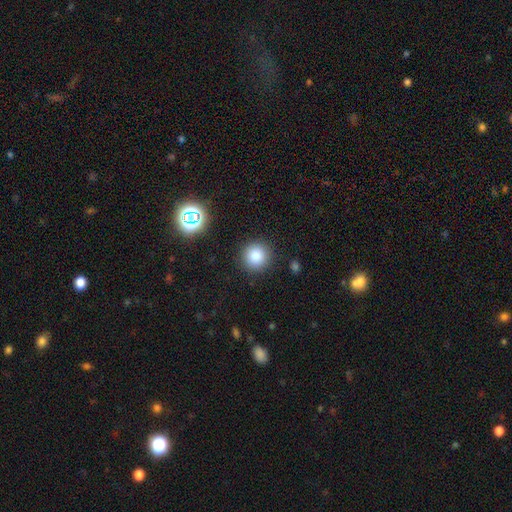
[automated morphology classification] smooth_or_featured: smooth (p=0.83) [alt: star or artifact p=0.12]
how_rounded: round (p=0.94) [alt: in between p=0.05]
merging: none (p=0.89) [alt: minor disturbance p=0.07]